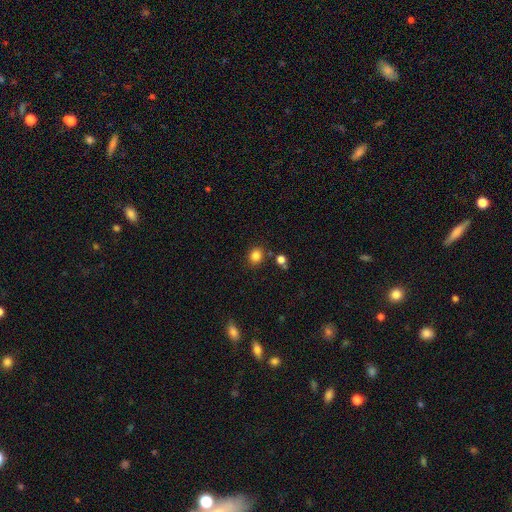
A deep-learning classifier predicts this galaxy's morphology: Smooth or featured: smooth — 84% (star or artifact — 12%)
How rounded: round — 75% (in between — 24%)
Merging: none — 83% (minor disturbance — 9%)